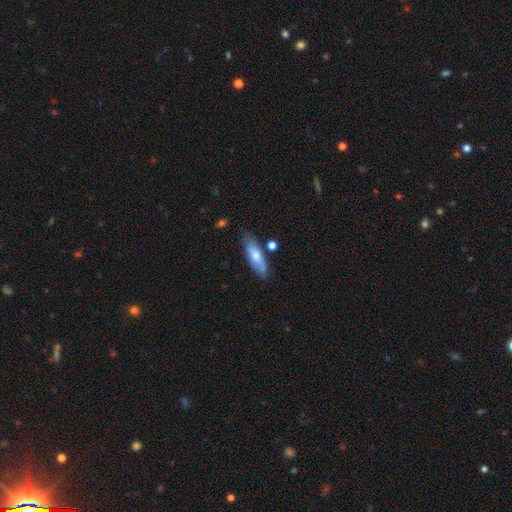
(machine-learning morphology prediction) smooth_or_featured: smooth (p=0.64) [alt: featured or disk p=0.29]
how_rounded: in between (p=0.55) [alt: cigar-shaped p=0.43]
merging: none (p=0.71) [alt: minor disturbance p=0.19]